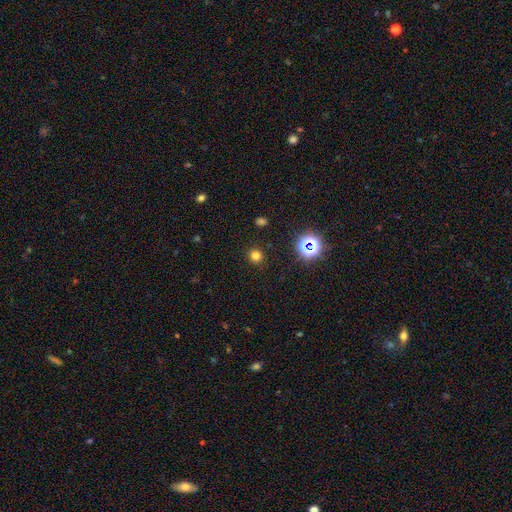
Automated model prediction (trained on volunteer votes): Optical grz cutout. It shows a smooth galaxy with no disk features (74%) that is round (92%). Merging: none (91%).